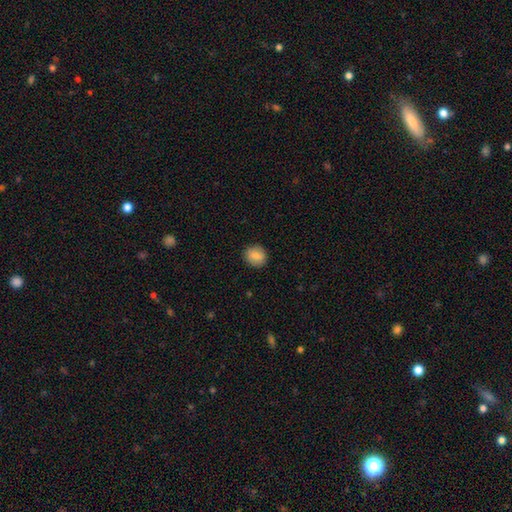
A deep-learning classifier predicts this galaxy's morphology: Smooth or featured: smooth — 83% (featured or disk — 9%)
How rounded: round — 82% (in between — 17%)
Merging: none — 90% (minor disturbance — 7%)